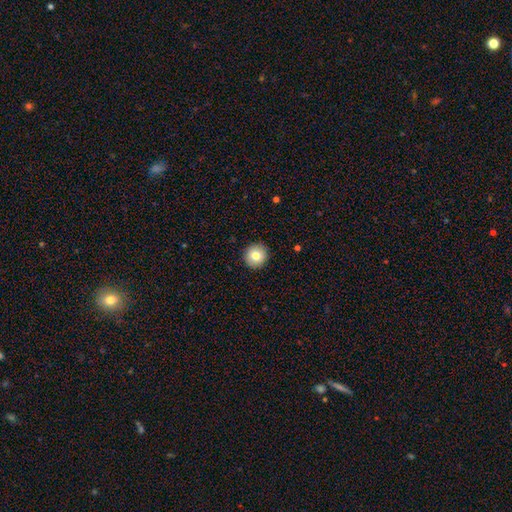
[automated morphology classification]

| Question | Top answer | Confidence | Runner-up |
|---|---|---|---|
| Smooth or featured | smooth | 81% | featured or disk (10%) |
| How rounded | round | 94% | in between (5%) |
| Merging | none | 92% | minor disturbance (5%) |